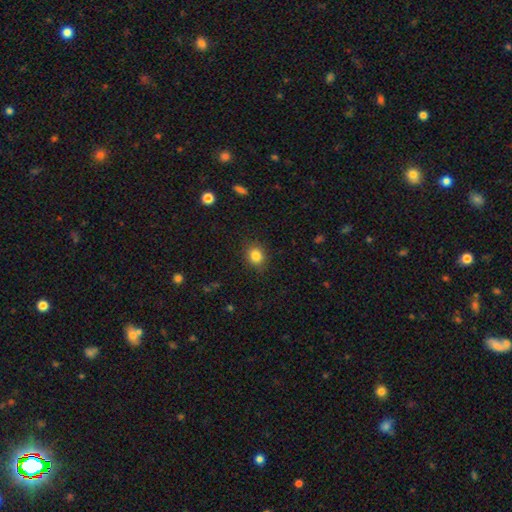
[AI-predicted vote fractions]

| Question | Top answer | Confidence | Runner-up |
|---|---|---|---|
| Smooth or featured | smooth | 84% | star or artifact (10%) |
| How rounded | round | 64% | in between (35%) |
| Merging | none | 86% | minor disturbance (10%) |